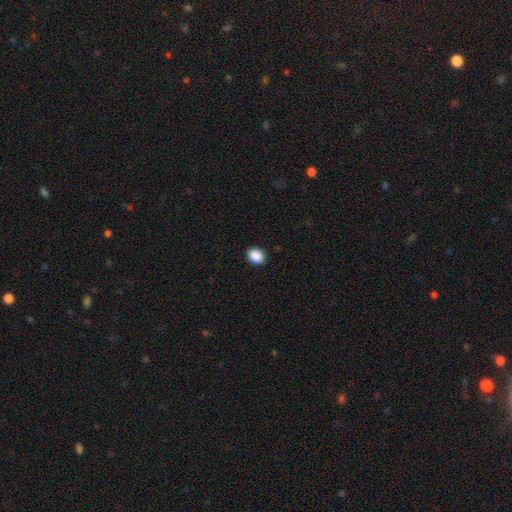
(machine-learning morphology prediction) Smooth or featured: smooth — 90% (star or artifact — 8%)
How rounded: in between — 55% (round — 44%)
Merging: none — 90% (minor disturbance — 7%)